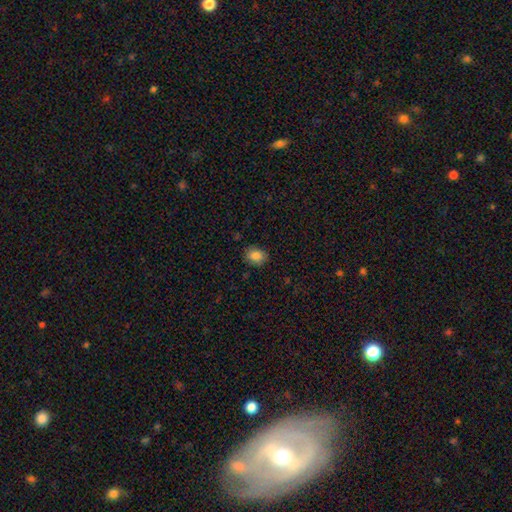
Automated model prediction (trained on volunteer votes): A smooth galaxy with no disk features (84%) that is round (51%).

Vote fractions:
- Smooth or featured? smooth: 84% / star or artifact: 10% / featured or disk: 6%
- How rounded? round: 51% / in between: 48% / cigar-shaped: 1%
- Merging? none: 85% / minor disturbance: 11% / major disturbance: 2% / merger: 1%